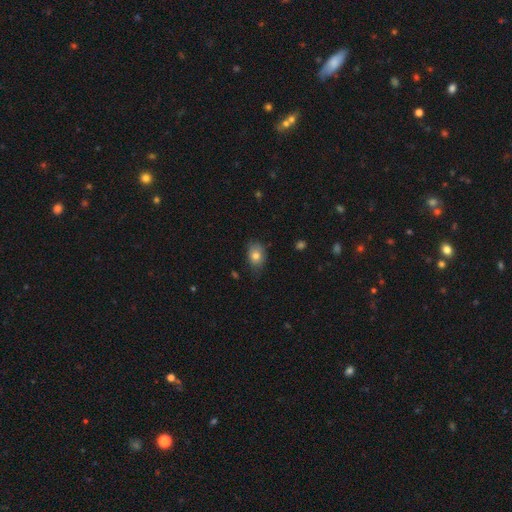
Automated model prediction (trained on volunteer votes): smooth 79%, featured or disk 12%, star or artifact 9%. Down the decision tree: how rounded — in between (74%); merging — none (70%).